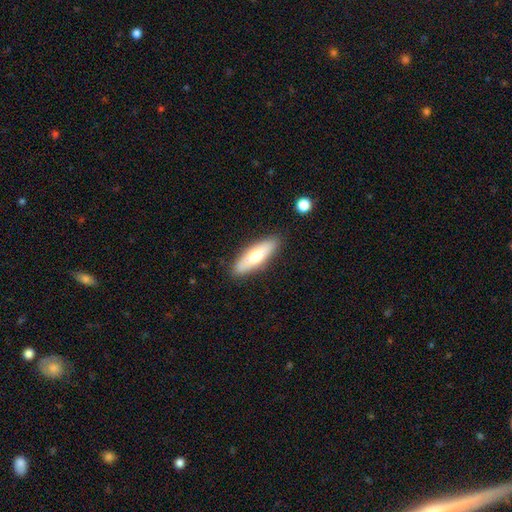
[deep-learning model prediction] Morphology: type=smooth (64%); roundness=cigar-shaped (52%); merging=none (87%).